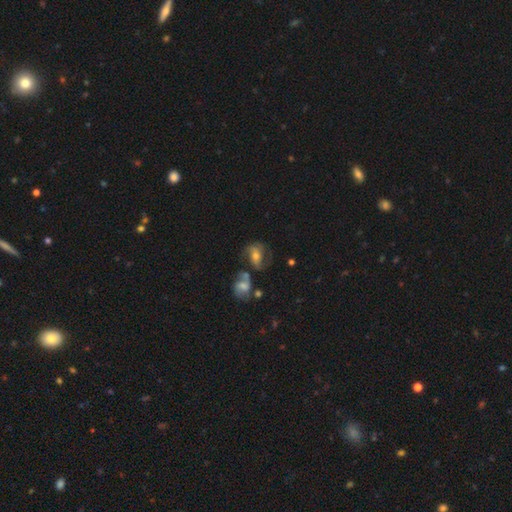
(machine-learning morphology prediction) Smooth or featured? Predicted: featured or disk (p=0.68). Edge-on disk? Predicted: no (p=0.96). Bar? Predicted: weak (p=0.41). Spiral arms? Predicted: yes (p=0.88). Spiral winding? Predicted: medium (p=0.48). Spiral arm count? Predicted: 2 (p=0.71). Bulge size? Predicted: moderate (p=0.59). Merging? Predicted: none (p=0.45).